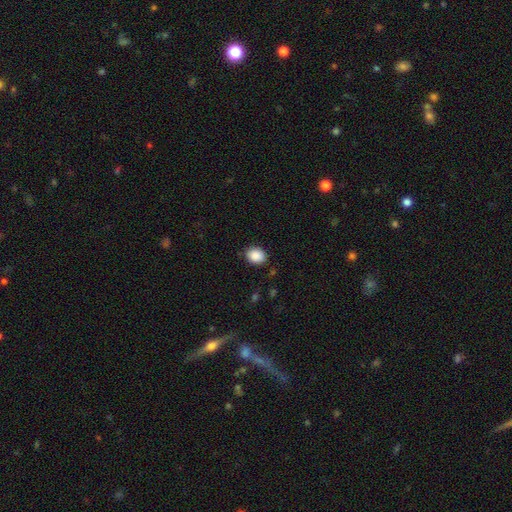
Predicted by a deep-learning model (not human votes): Smooth or featured?
  - smooth: 88% *
  - star or artifact: 8%
  - featured or disk: 4%
How rounded?
  - round: 52% *
  - in between: 47%
  - cigar-shaped: 1%
Merging?
  - none: 84% *
  - minor disturbance: 12%
  - major disturbance: 3%
  - merger: 1%